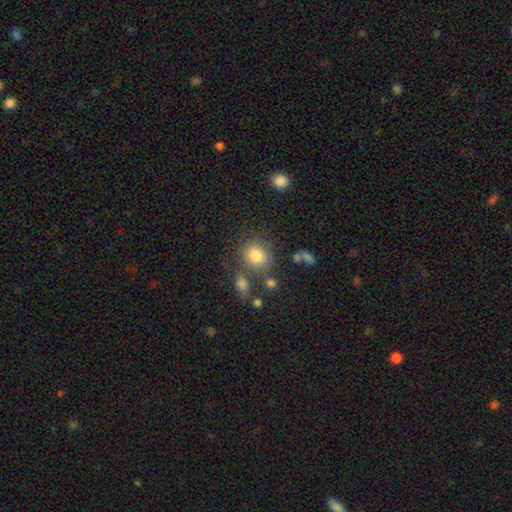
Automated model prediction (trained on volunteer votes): Smooth or featured: smooth — 80% (star or artifact — 11%)
How rounded: round — 72% (in between — 27%)
Merging: none — 71% (minor disturbance — 13%)